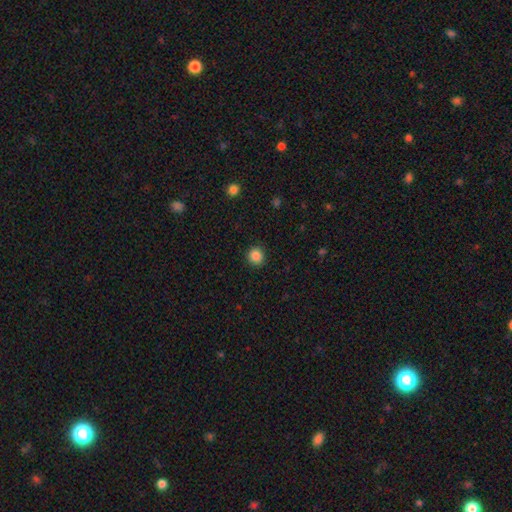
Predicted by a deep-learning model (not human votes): A smooth galaxy with no disk features (86%) that is round (92%).

Vote fractions:
- Smooth or featured? smooth: 86% / star or artifact: 10% / featured or disk: 3%
- How rounded? round: 92% / in between: 7% / cigar-shaped: 1%
- Merging? none: 92% / minor disturbance: 5% / major disturbance: 2% / merger: 1%